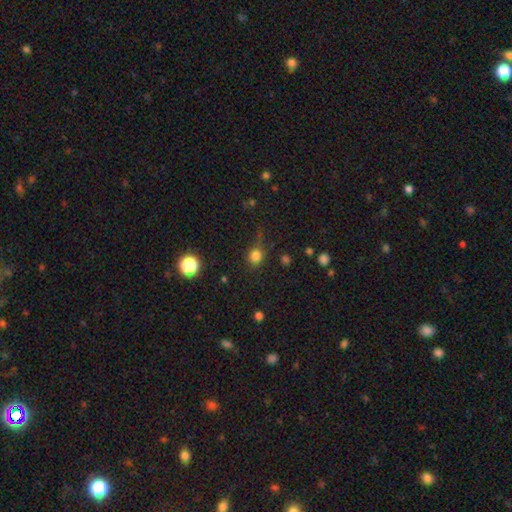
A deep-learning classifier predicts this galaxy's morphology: smooth_or_featured: smooth (p=0.79) [alt: star or artifact p=0.16]
how_rounded: round (p=0.83) [alt: in between p=0.15]
merging: none (p=0.70) [alt: minor disturbance p=0.19]